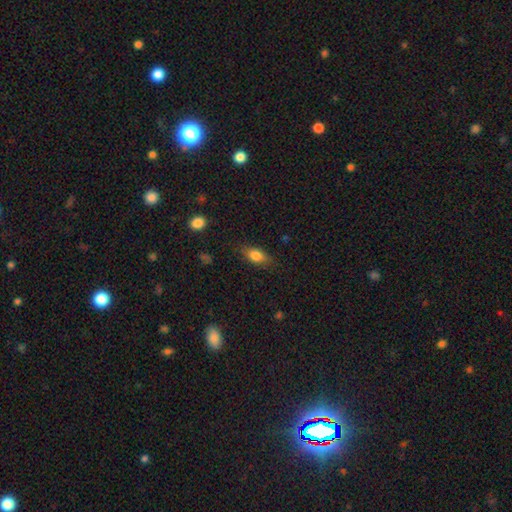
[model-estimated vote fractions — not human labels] Smooth or featured: smooth — 80% (featured or disk — 12%)
How rounded: in between — 81% (cigar-shaped — 10%)
Merging: none — 80% (minor disturbance — 15%)